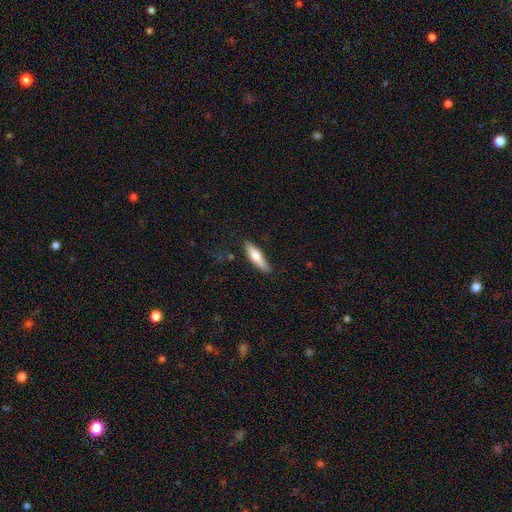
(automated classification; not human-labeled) Morphology: type=smooth (62%); roundness=cigar-shaped (72%); merging=none (82%).